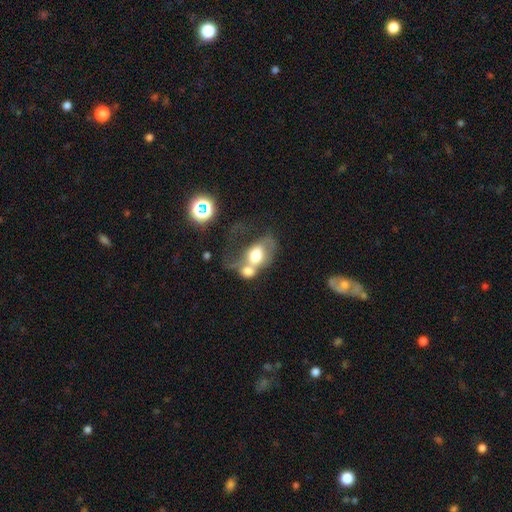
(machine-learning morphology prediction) Smooth or featured? smooth (57%)
How rounded? in between (69%)
Merging? merger (65%)